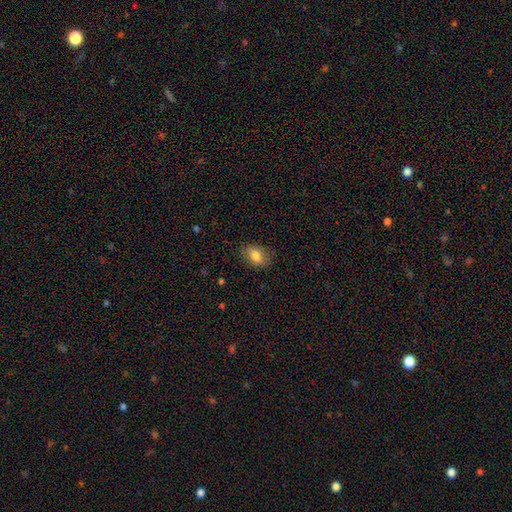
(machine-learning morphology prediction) A smooth galaxy with no disk features (80%) that is in between round and cigar-shaped (83%).

Vote fractions:
- Smooth or featured? smooth: 80% / featured or disk: 12% / star or artifact: 8%
- How rounded? in between: 83% / round: 16% / cigar-shaped: 2%
- Merging? none: 81% / minor disturbance: 15% / major disturbance: 3% / merger: 1%